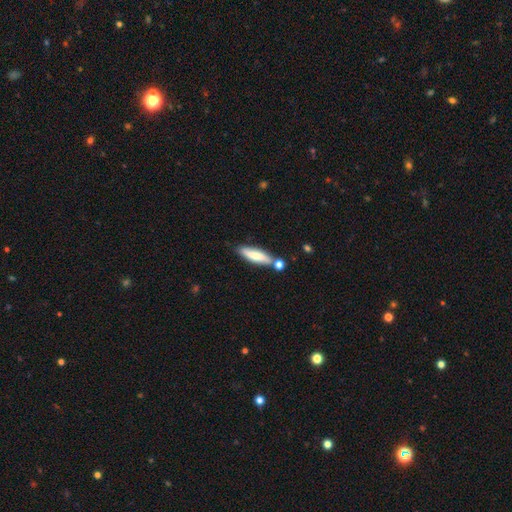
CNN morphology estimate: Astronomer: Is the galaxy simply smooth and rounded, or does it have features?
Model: smooth — 66%.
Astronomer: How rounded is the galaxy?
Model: cigar-shaped — 71%.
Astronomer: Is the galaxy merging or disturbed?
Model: none — 65%.